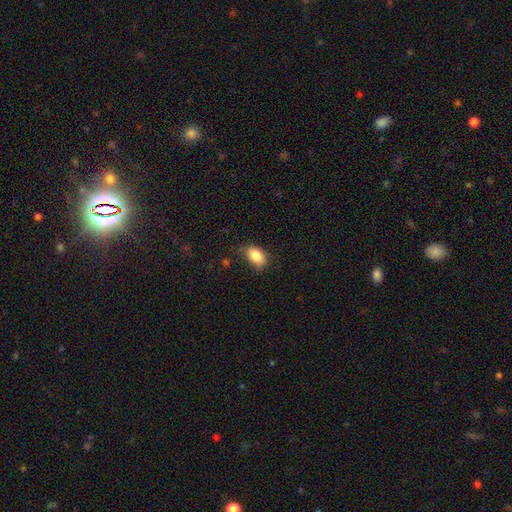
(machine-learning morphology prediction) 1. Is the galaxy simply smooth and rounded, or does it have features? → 85% smooth, 8% star or artifact, 7% featured or disk.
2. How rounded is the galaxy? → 87% in between, 11% round, 2% cigar-shaped.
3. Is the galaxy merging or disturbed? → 64% none, 28% minor disturbance, 6% major disturbance, 2% merger.